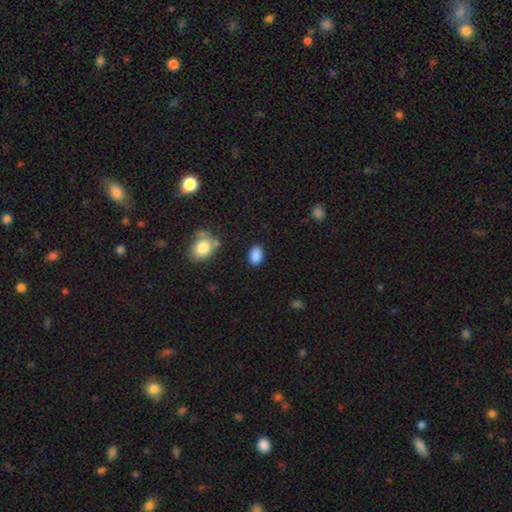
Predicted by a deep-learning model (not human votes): smooth_or_featured: smooth (p=0.87) [alt: star or artifact p=0.09]
how_rounded: in between (p=0.83) [alt: round p=0.15]
merging: none (p=0.80) [alt: minor disturbance p=0.13]